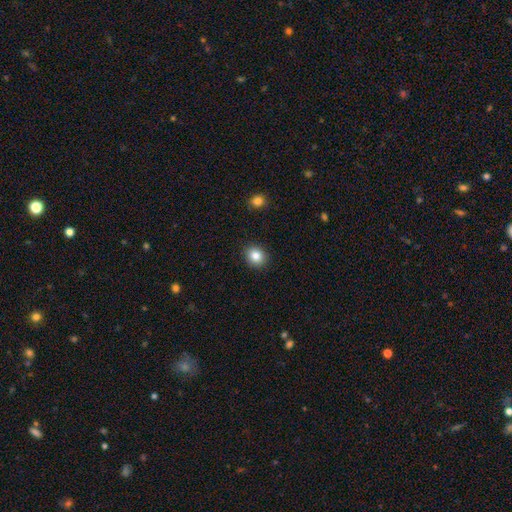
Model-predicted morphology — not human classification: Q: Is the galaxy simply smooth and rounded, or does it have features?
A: smooth — 84%.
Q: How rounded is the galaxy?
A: round — 79%.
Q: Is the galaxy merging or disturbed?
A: none — 91%.